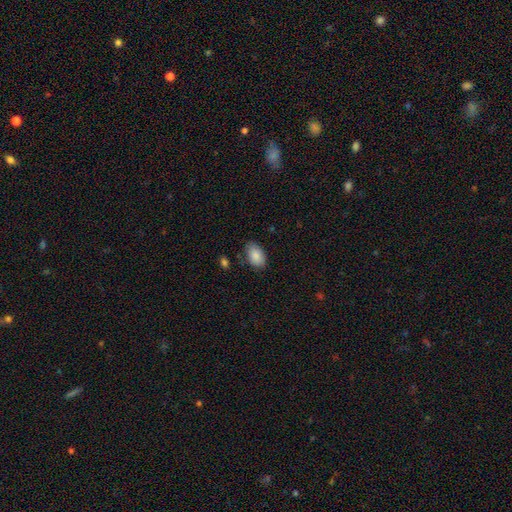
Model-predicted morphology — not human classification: Smooth or featured: smooth — 88% (star or artifact — 7%)
How rounded: in between — 92% (round — 7%)
Merging: none — 78% (minor disturbance — 17%)